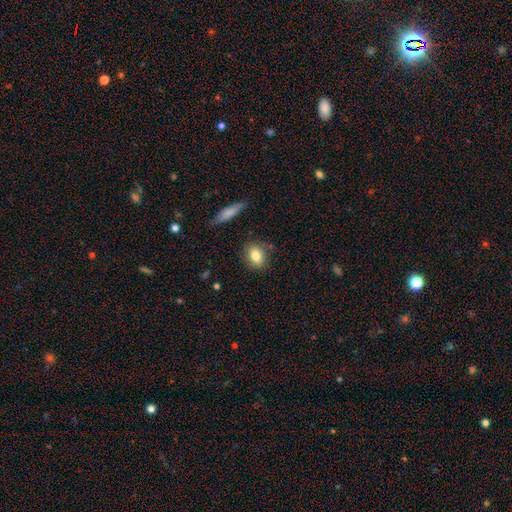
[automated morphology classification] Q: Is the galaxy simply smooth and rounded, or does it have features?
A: smooth — 80%.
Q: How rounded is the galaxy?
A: in between — 63%.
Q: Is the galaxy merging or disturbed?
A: none — 79%.